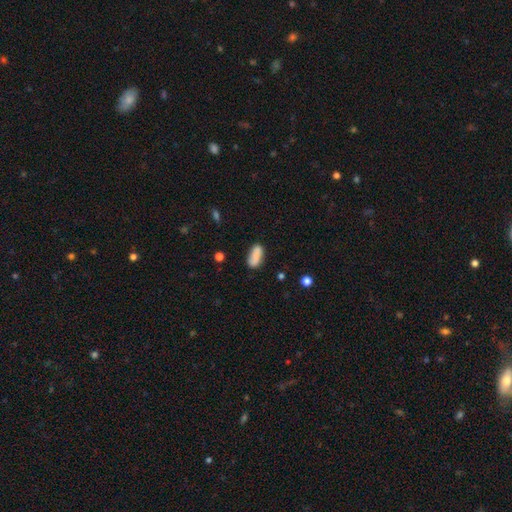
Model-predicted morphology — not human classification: Smooth or featured? Predicted: smooth (p=0.81). How rounded? Predicted: in between (p=0.86). Merging? Predicted: none (p=0.69).